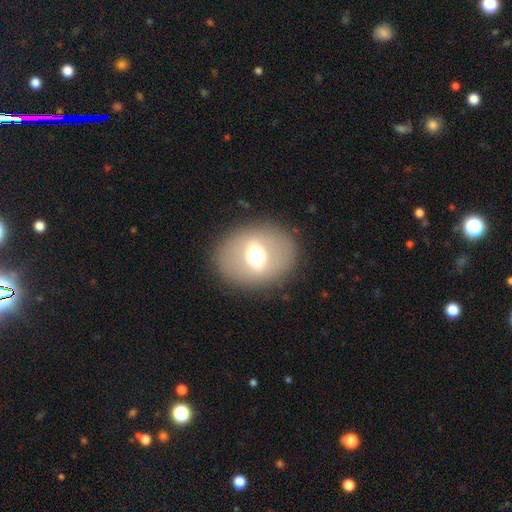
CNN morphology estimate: A smooth galaxy with no disk features (52%) that is round (54%).

Vote fractions:
- Smooth or featured? smooth: 52% / featured or disk: 36% / star or artifact: 13%
- How rounded? round: 54% / in between: 45% / cigar-shaped: 1%
- Merging? none: 85% / minor disturbance: 8% / major disturbance: 5% / merger: 1%